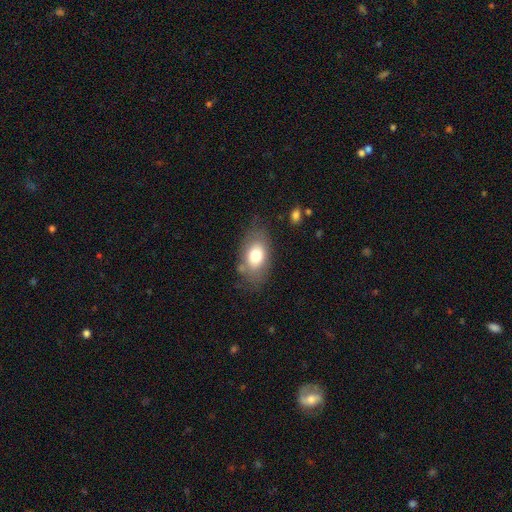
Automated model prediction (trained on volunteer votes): Smooth or featured?
  - smooth: 71% *
  - featured or disk: 21%
  - star or artifact: 8%
How rounded?
  - in between: 88% *
  - round: 10%
  - cigar-shaped: 2%
Merging?
  - none: 71% *
  - minor disturbance: 19%
  - major disturbance: 7%
  - merger: 3%